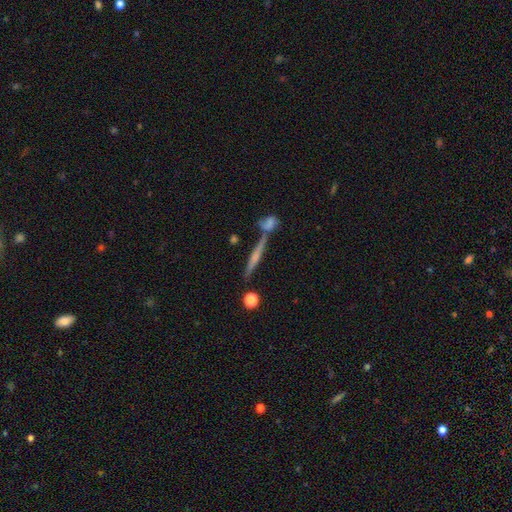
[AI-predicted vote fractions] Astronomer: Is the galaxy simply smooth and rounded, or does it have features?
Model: featured or disk — 60%.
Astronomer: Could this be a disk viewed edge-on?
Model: yes — 96%.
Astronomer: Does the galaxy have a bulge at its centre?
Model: rounded — 49% (runner-up: none, 36%).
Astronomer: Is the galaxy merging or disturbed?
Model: none — 72%.